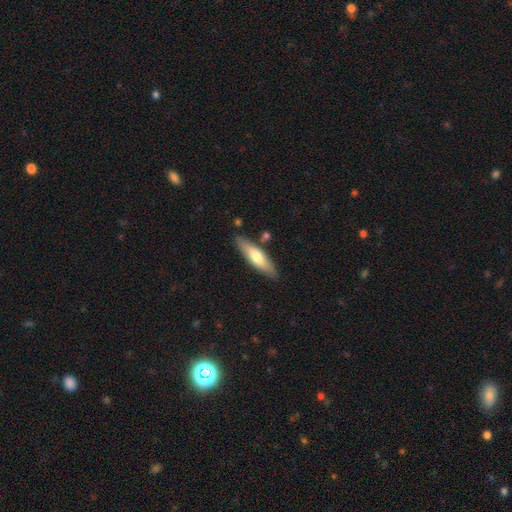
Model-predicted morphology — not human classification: type=smooth (62%); roundness=cigar-shaped (66%); merging=none (82%).